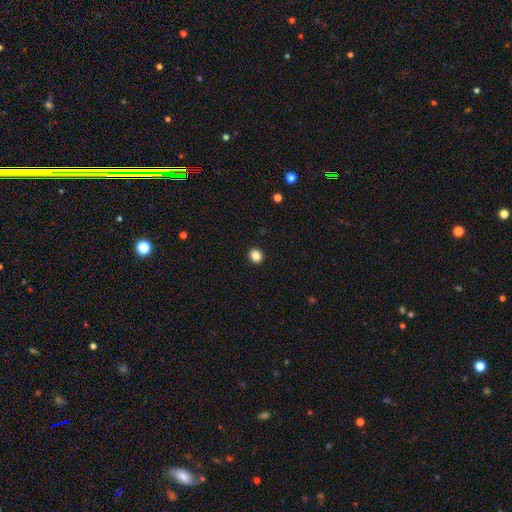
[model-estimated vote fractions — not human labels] Smooth or featured? smooth (85%)
How rounded? round (81%)
Merging? none (93%)